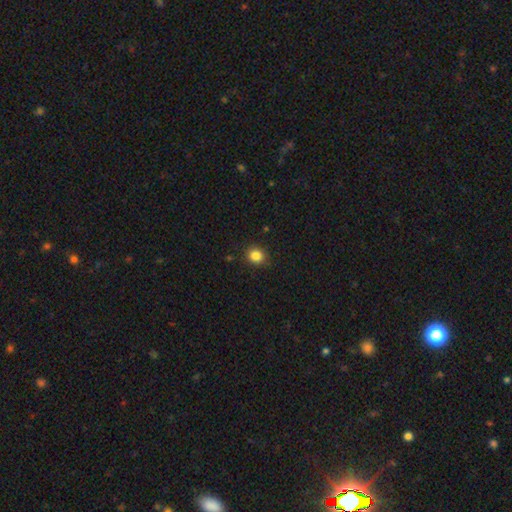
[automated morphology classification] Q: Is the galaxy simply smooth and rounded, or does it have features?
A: smooth — 85%.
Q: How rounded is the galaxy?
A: round — 86%.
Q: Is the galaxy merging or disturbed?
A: none — 88%.